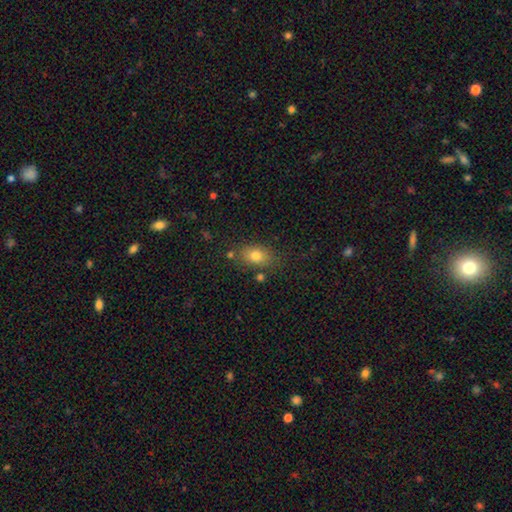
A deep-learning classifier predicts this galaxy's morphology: This appears to be a smooth galaxy with no disk features (78%) that is in between round and cigar-shaped (80%). Merging: none (75%).